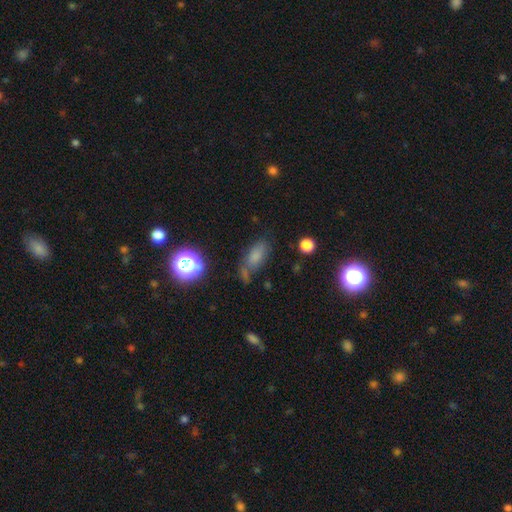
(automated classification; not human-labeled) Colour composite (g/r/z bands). It shows a smooth galaxy with no disk features (70%) that is in between round and cigar-shaped (82%). Merging: none (53%).